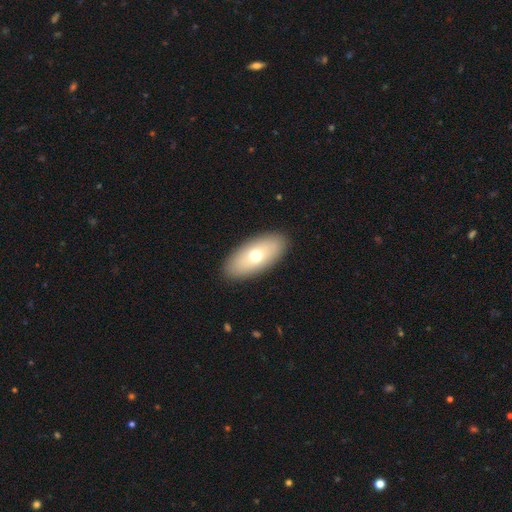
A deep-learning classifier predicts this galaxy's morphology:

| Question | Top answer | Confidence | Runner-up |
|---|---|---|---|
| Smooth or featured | smooth | 66% | featured or disk (27%) |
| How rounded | in between | 88% | cigar-shaped (8%) |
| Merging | none | 89% | minor disturbance (7%) |